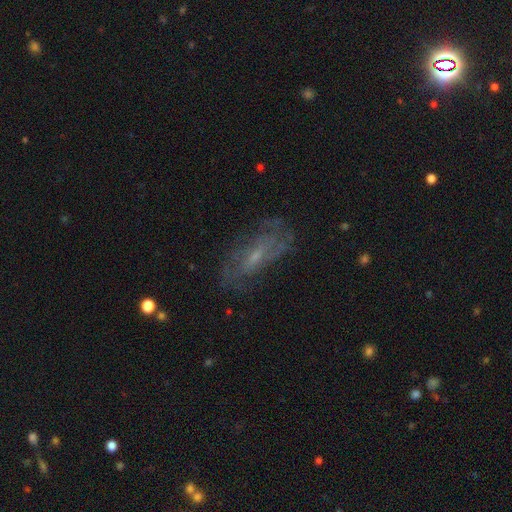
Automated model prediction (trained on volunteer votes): A featured or disk galaxy (57%).

Vote fractions:
- Smooth or featured? featured or disk: 57% / smooth: 25% / star or artifact: 18%
- Edge-on disk? no: 81% / yes: 19%
- Merging? none: 72% / minor disturbance: 17% / major disturbance: 9% / merger: 2%